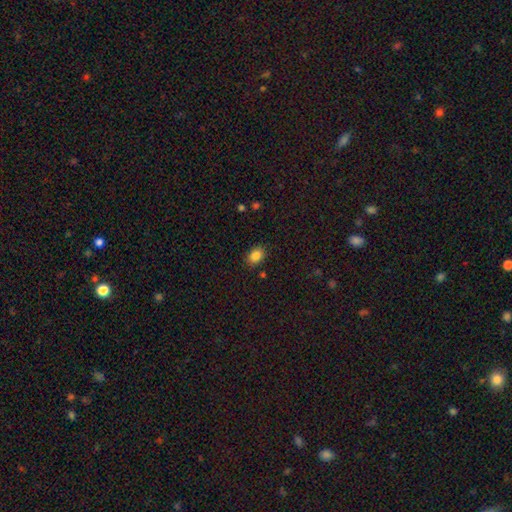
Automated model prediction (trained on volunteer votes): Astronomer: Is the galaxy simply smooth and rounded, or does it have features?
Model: smooth — 86%.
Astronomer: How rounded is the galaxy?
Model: in between — 74%.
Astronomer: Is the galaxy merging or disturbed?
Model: none — 85%.